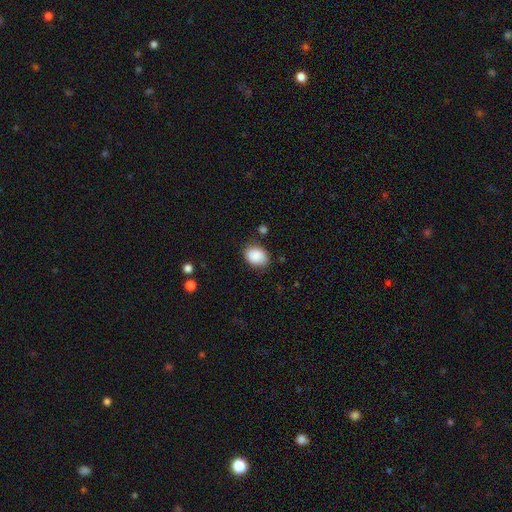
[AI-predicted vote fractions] This is clearly a smooth galaxy (88%). How rounded: likely in between (65%). Merging: likely none (77%).